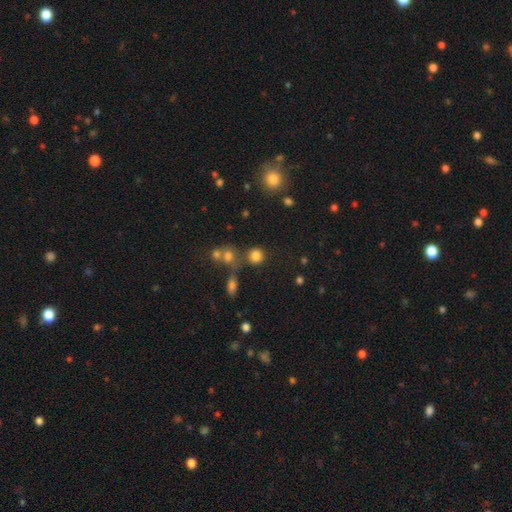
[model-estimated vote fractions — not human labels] Q: Smooth or featured?
A: smooth (80%); runner-up: star or artifact (14%)
Q: How rounded?
A: round (83%); runner-up: in between (16%)
Q: Merging?
A: none (66%); runner-up: merger (17%)